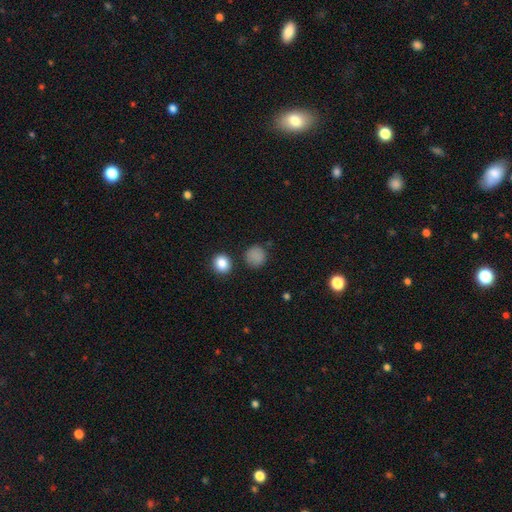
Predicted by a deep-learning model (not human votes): This appears to be a smooth galaxy with no disk features (83%) that is round (91%). Merging: none (81%).